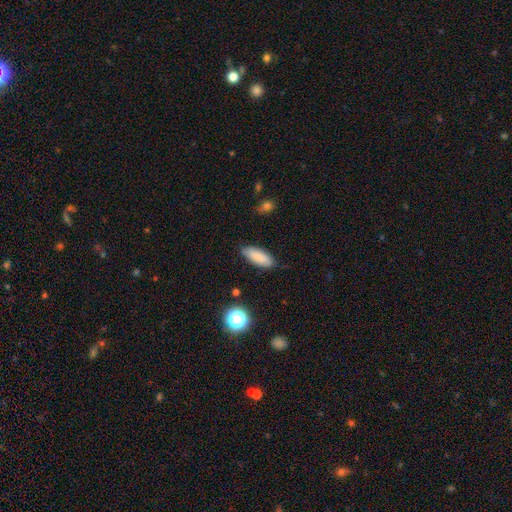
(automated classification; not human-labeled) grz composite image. It shows a smooth galaxy with no disk features (84%) that is in between round and cigar-shaped (71%). Merging: none (81%).